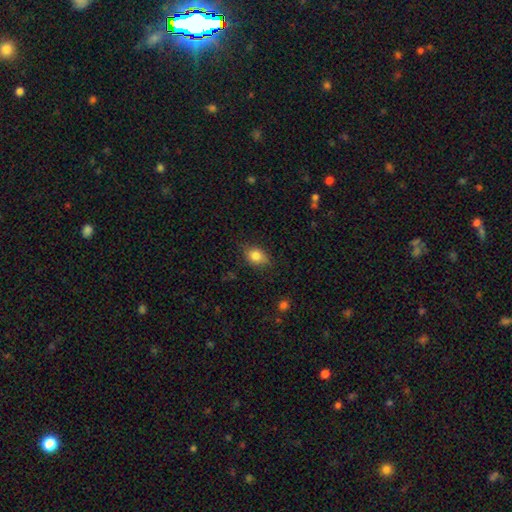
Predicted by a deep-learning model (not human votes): Overall: smooth (82%). How rounded: in between (64%; round 35%). Merging: none (75%).